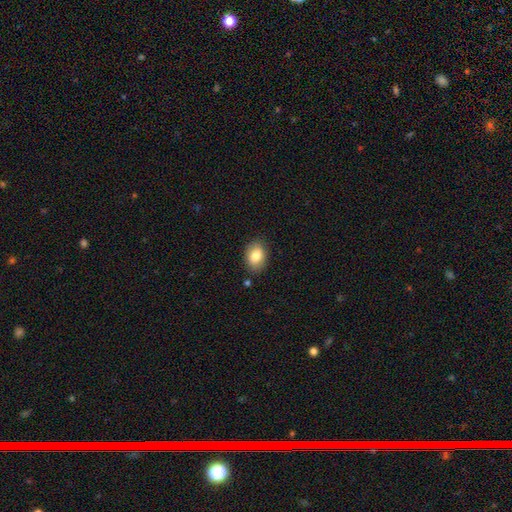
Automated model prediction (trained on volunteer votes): Smooth or featured? Predicted: smooth (p=0.83). How rounded? Predicted: in between (p=0.79). Merging? Predicted: none (p=0.85).